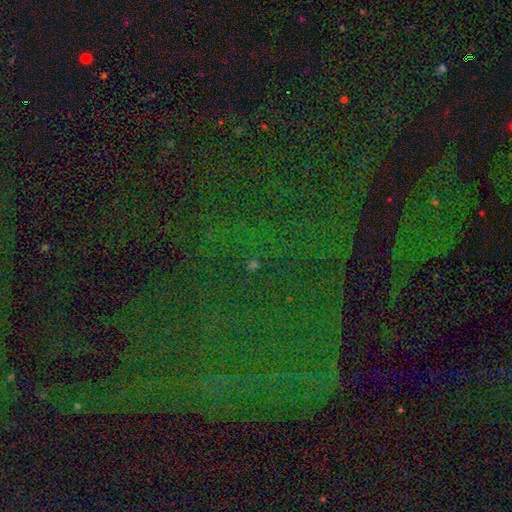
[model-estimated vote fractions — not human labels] The model was most divided on "smooth or featured": star or artifact: 83%, smooth: 9%, featured or disk: 8%.